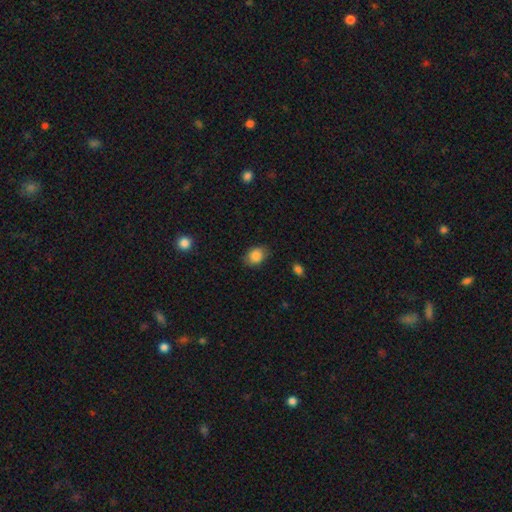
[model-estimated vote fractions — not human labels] smooth 86%, star or artifact 8%, featured or disk 6%. Down the decision tree: how rounded — in between (66%); merging — none (80%).